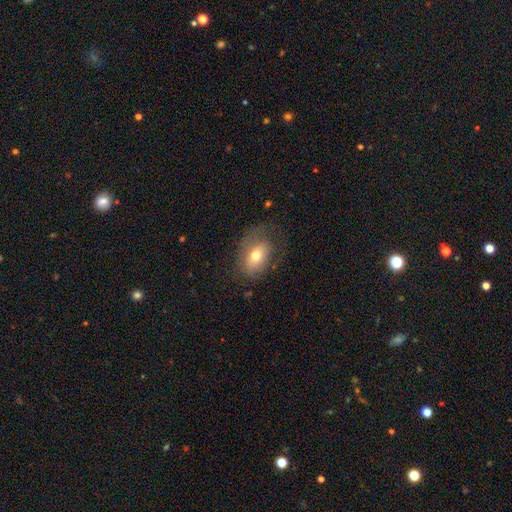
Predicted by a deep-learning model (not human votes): smooth-or-featured: smooth: 67% | featured or disk: 24% | star or artifact: 9%
  how-rounded: in between: 81% | round: 17% | cigar-shaped: 1%
  merging: none: 61% | minor disturbance: 23% | major disturbance: 15% | merger: 1%